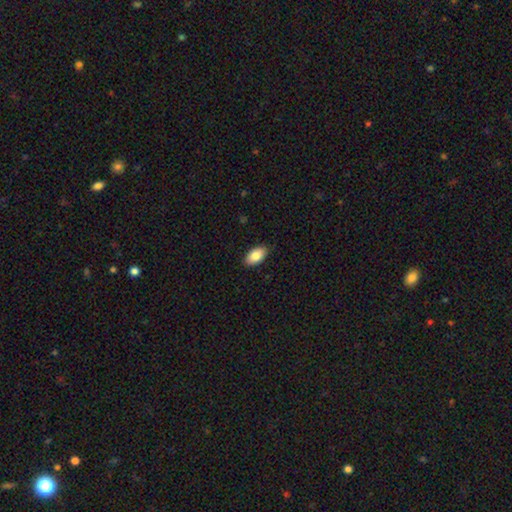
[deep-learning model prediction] Overall: smooth (84%). How rounded: in between (94%). Merging: none (89%).